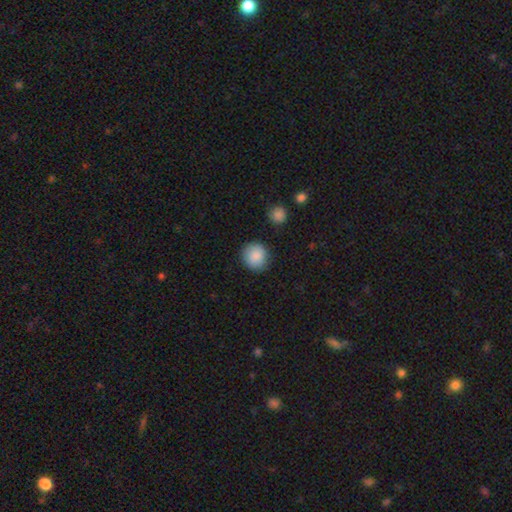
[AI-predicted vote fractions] Smooth or featured: smooth — 88% (star or artifact — 8%)
How rounded: round — 89% (in between — 10%)
Merging: none — 86% (minor disturbance — 9%)